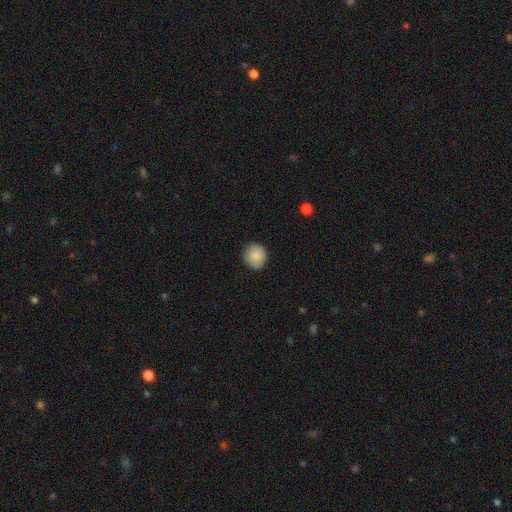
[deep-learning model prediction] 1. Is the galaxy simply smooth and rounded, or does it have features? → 85% smooth, 8% featured or disk, 7% star or artifact.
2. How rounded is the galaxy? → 88% round, 11% in between, 1% cigar-shaped.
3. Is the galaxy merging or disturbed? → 87% none, 10% minor disturbance, 2% major disturbance, 1% merger.